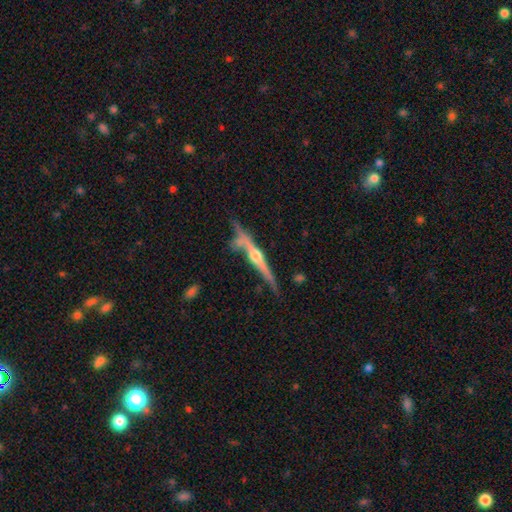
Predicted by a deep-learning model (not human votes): Smooth or featured?
  - featured or disk: 77% *
  - smooth: 17%
  - star or artifact: 6%
Edge-on disk?
  - yes: 96% *
  - no: 4%
Edge-on bulge?
  - rounded: 90% *
  - none: 6%
  - boxy: 4%
Merging?
  - none: 61% *
  - minor disturbance: 20%
  - merger: 12%
  - major disturbance: 7%